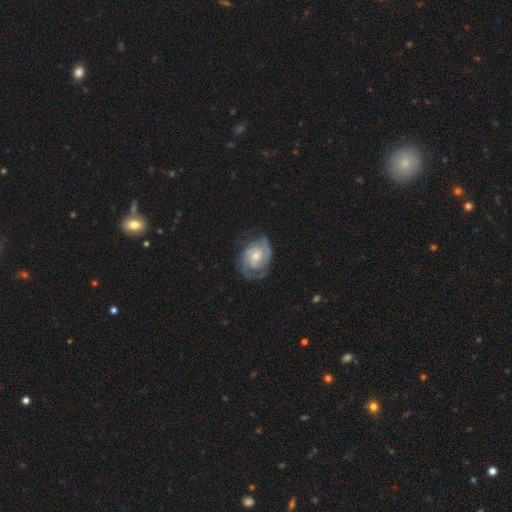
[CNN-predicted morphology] smooth_or_featured: featured or disk (p=0.84) [alt: smooth p=0.11]
disk_edge_on: no (p=0.98) [alt: yes p=0.02]
bar: no (p=0.61) [alt: weak p=0.33]
has_spiral_arms: yes (p=0.95) [alt: no p=0.05]
spiral_winding: tight (p=0.56) [alt: medium p=0.35]
spiral_arm_count: 2 (p=0.49) [alt: can't tell p=0.21]
bulge_size: small (p=0.55) [alt: moderate p=0.39]
merging: none (p=0.65) [alt: minor disturbance p=0.22]